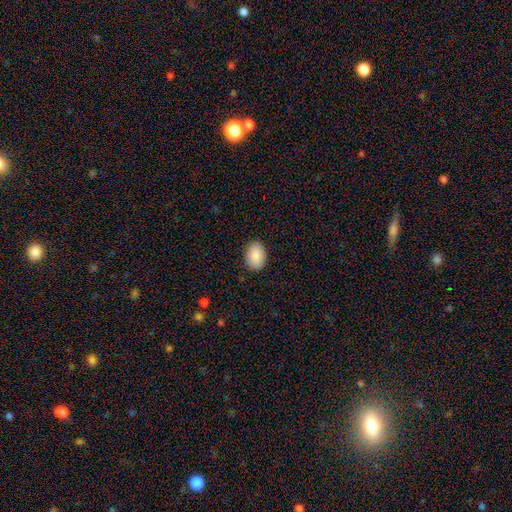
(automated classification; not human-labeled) smooth-or-featured: smooth: 88% | star or artifact: 7% | featured or disk: 5%
  how-rounded: in between: 83% | round: 16% | cigar-shaped: 1%
  merging: none: 89% | minor disturbance: 8% | major disturbance: 2% | merger: 1%